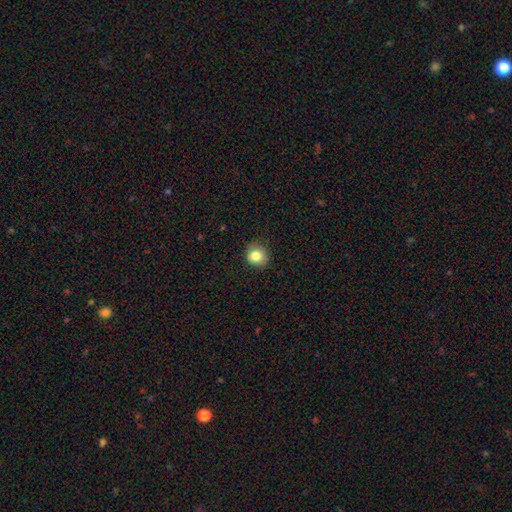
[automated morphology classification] This is clearly a smooth galaxy (83%). How rounded: clearly round (87%). Merging: clearly none (85%).